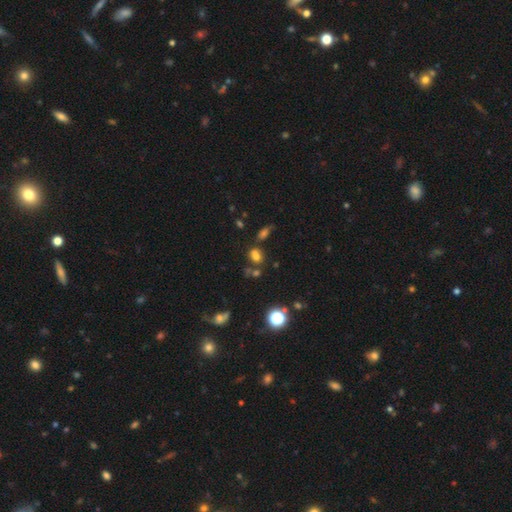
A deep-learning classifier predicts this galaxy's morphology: The model was most divided on "how rounded": in between: 64%, round: 33%, cigar-shaped: 2%. More confident: smooth or featured — smooth (64%); merging — none (57%).